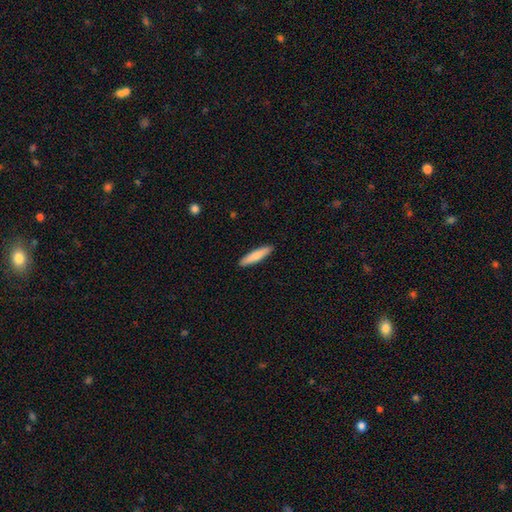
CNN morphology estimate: The model was most divided on "smooth or featured": smooth: 79%, featured or disk: 16%, star or artifact: 5%. More confident: merging — none (91%); how rounded — cigar-shaped (86%).